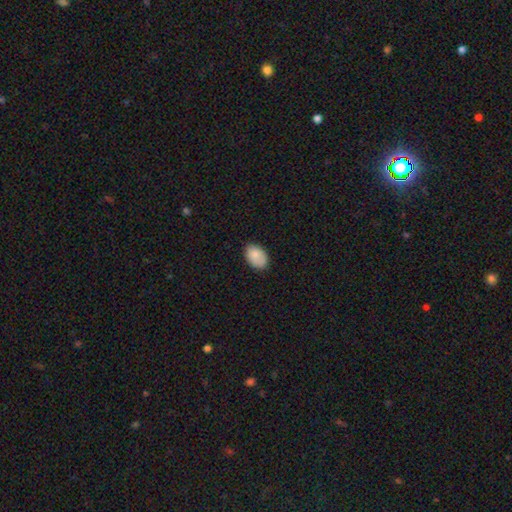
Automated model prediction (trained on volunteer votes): This appears to be a smooth galaxy with no disk features (86%) that is in between round and cigar-shaped (87%). Merging: none (79%).